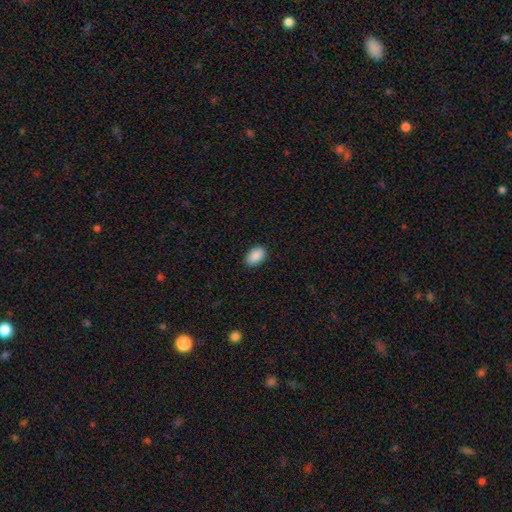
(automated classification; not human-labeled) Q: Smooth or featured?
A: smooth (90%); runner-up: star or artifact (7%)
Q: How rounded?
A: in between (92%); runner-up: round (7%)
Q: Merging?
A: none (88%); runner-up: minor disturbance (9%)